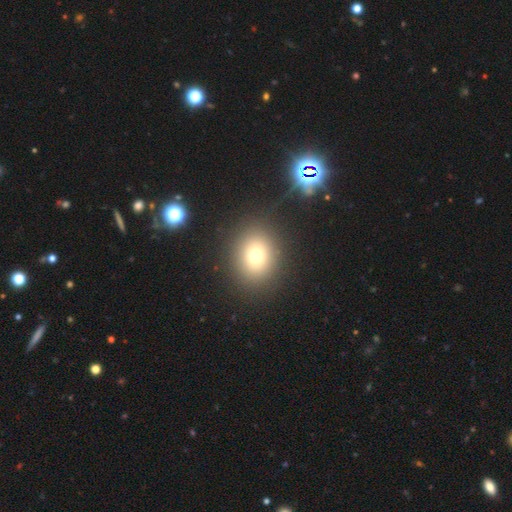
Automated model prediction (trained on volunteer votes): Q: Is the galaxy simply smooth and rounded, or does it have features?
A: smooth — 73%.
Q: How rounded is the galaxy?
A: round — 70%.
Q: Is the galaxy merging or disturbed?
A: none — 87%.